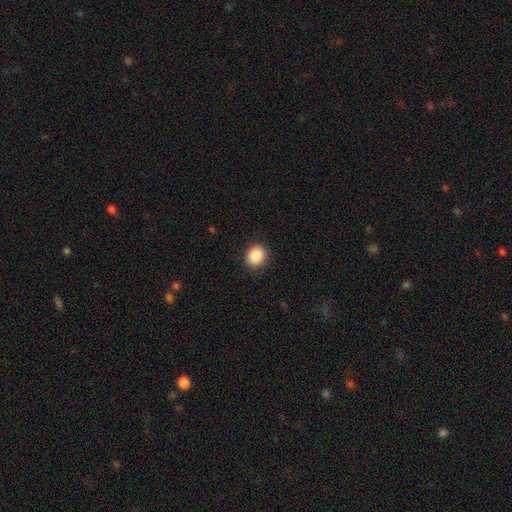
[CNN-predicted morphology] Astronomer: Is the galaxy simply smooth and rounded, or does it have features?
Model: smooth — 90%.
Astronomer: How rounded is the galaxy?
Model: round — 72%.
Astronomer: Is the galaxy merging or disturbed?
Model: none — 90%.